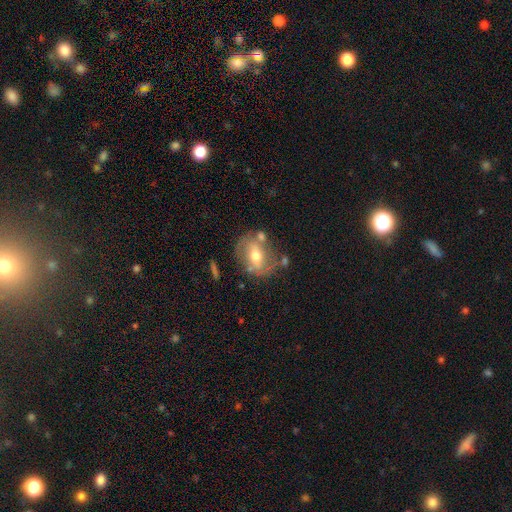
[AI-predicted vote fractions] This appears to be a featured or disk galaxy (54%). Merging: none (61%).